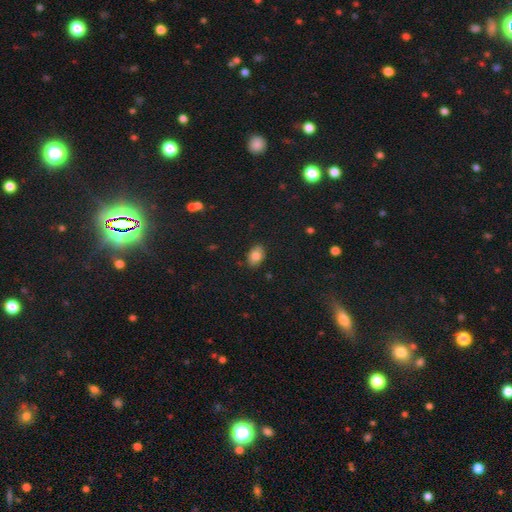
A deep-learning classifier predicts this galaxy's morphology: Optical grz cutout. It shows a smooth galaxy with no disk features (80%) that is in between round and cigar-shaped (79%). Merging: none (86%).